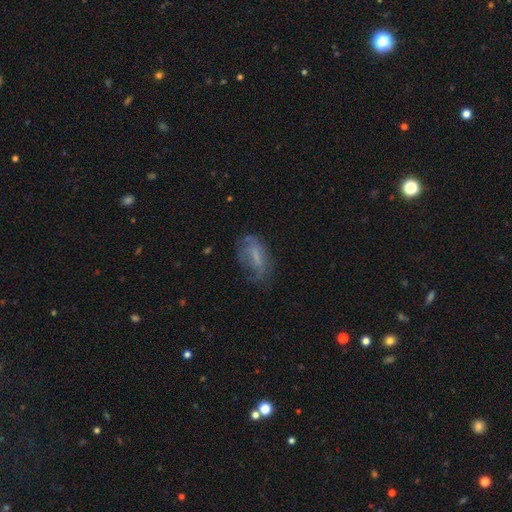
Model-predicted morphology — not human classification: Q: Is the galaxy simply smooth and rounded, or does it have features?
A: smooth — 46%.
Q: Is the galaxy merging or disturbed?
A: none — 50%.